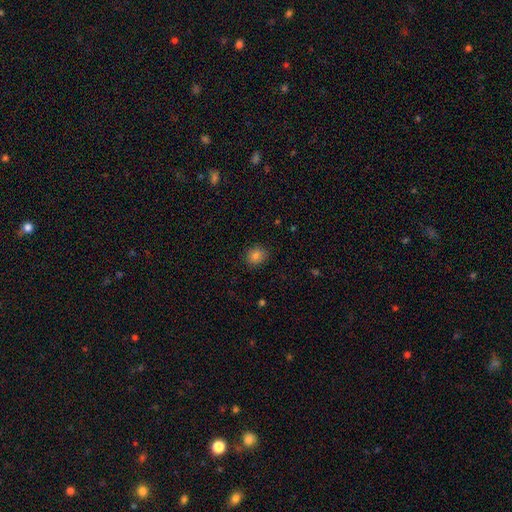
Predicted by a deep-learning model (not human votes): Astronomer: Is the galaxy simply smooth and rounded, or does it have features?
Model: smooth — 85%.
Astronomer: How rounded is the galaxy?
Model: round — 64%.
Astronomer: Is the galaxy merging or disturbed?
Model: none — 86%.